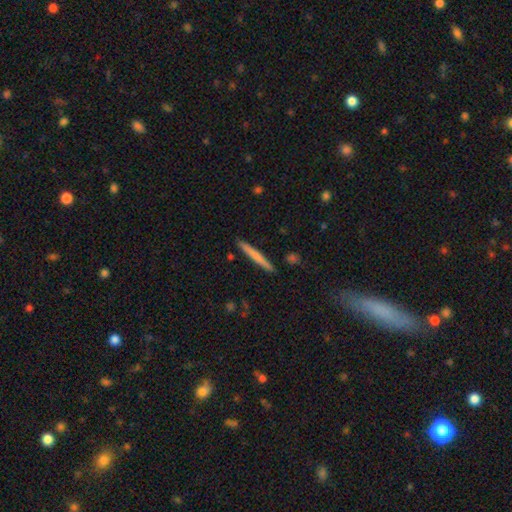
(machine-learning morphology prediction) Q: Smooth or featured?
A: smooth (64%); runner-up: featured or disk (31%)
Q: How rounded?
A: cigar-shaped (96%); runner-up: in between (2%)
Q: Merging?
A: none (90%); runner-up: minor disturbance (7%)